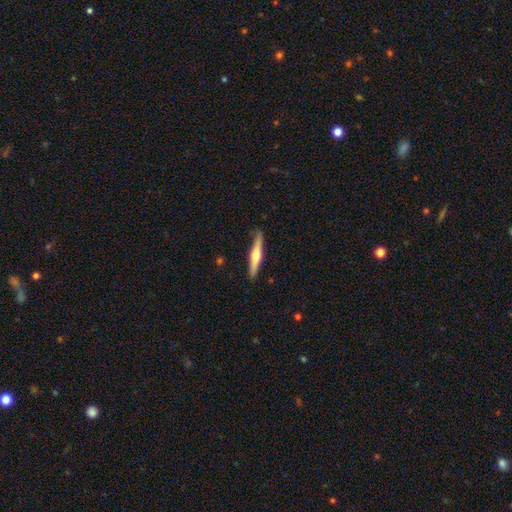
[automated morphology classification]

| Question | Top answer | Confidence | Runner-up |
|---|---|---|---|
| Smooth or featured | featured or disk | 60% | smooth (35%) |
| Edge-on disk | yes | 97% | no (3%) |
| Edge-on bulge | rounded | 91% | none (5%) |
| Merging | none | 88% | minor disturbance (9%) |